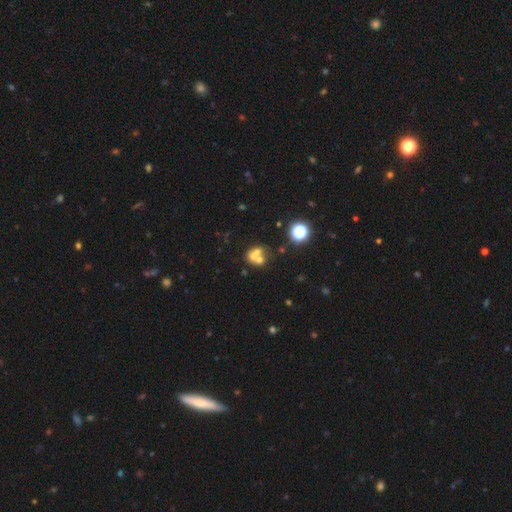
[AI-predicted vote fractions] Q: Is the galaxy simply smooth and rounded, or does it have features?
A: smooth — 50%.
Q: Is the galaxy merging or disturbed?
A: merger — 58%.